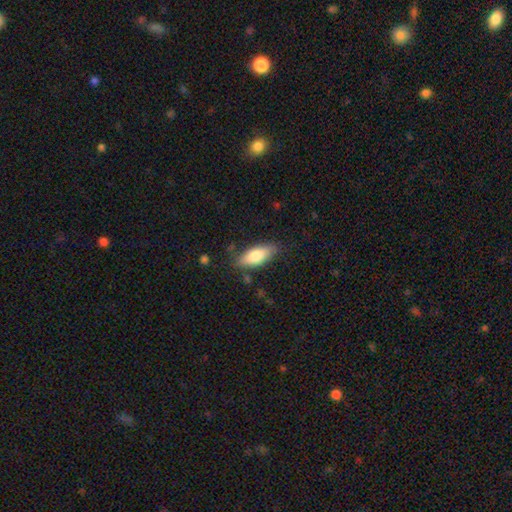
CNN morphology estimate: Smooth or featured? Predicted: smooth (p=0.77). How rounded? Predicted: in between (p=0.77). Merging? Predicted: none (p=0.80).